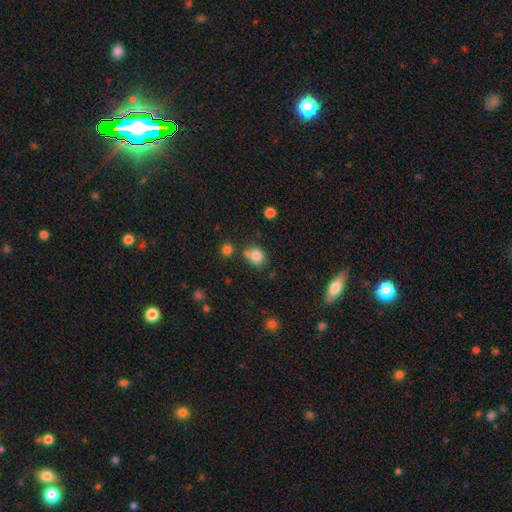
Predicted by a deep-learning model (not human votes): Smooth or featured: smooth — 82% (star or artifact — 11%)
How rounded: round — 59% (in between — 39%)
Merging: none — 61% (minor disturbance — 19%)